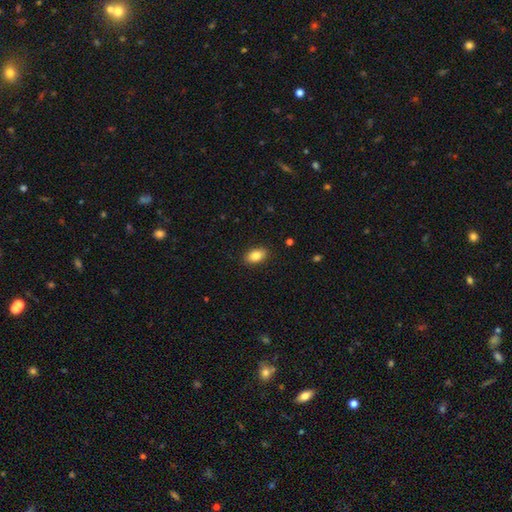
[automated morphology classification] A smooth galaxy with no disk features (85%) that is in between round and cigar-shaped (91%).

Vote fractions:
- Smooth or featured? smooth: 85% / star or artifact: 8% / featured or disk: 7%
- How rounded? in between: 91% / round: 7% / cigar-shaped: 3%
- Merging? none: 89% / minor disturbance: 8% / major disturbance: 2% / merger: 1%